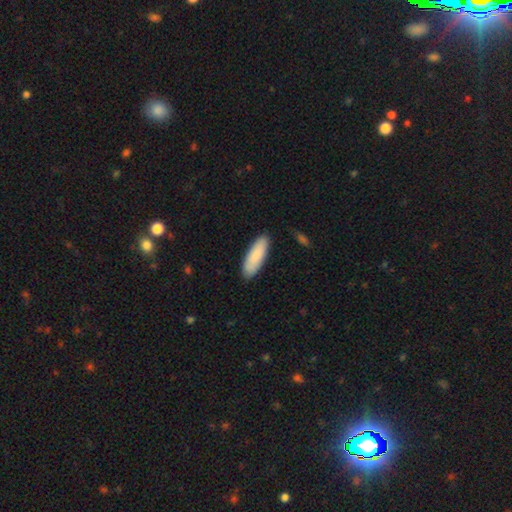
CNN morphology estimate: The model was most divided on "how rounded": in between: 58%, cigar-shaped: 41%, round: 1%. More confident: merging — none (88%); smooth or featured — smooth (87%).